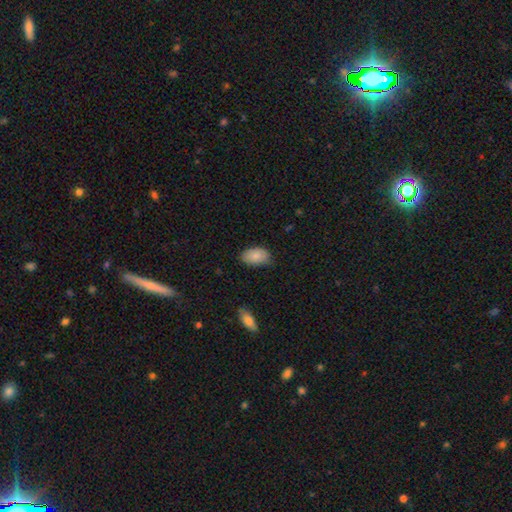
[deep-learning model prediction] A smooth galaxy with no disk features (86%) that is in between round and cigar-shaped (93%).

Vote fractions:
- Smooth or featured? smooth: 86% / featured or disk: 8% / star or artifact: 6%
- How rounded? in between: 93% / round: 6% / cigar-shaped: 1%
- Merging? none: 78% / minor disturbance: 18% / major disturbance: 3% / merger: 1%